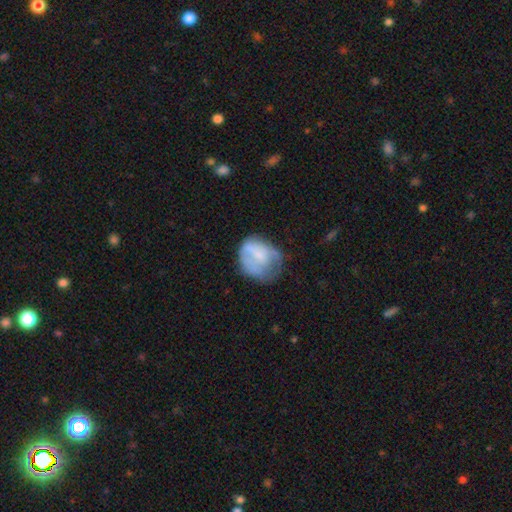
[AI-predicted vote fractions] Smooth or featured: smooth — 56% (featured or disk — 36%)
How rounded: round — 56% (in between — 43%)
Merging: none — 39% (minor disturbance — 31%)